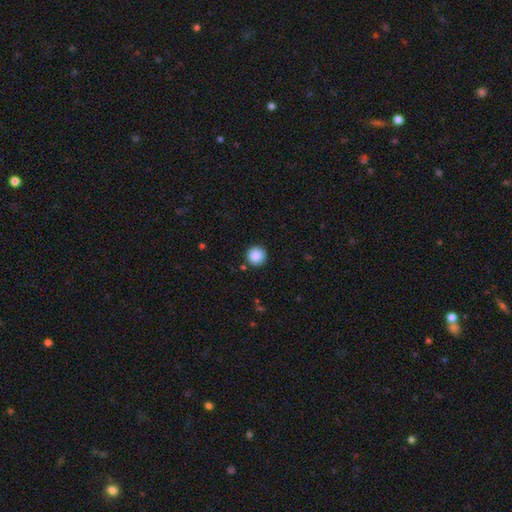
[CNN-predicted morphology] Smooth or featured?
  - smooth: 87% *
  - star or artifact: 9%
  - featured or disk: 4%
How rounded?
  - round: 96% *
  - in between: 3%
  - cigar-shaped: 1%
Merging?
  - none: 91% *
  - minor disturbance: 6%
  - major disturbance: 2%
  - merger: 2%